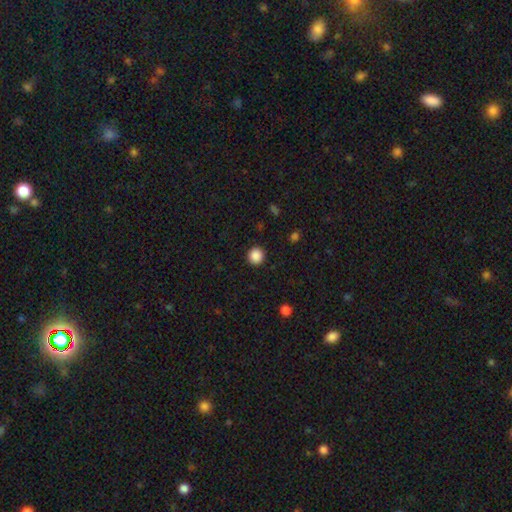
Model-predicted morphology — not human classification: A smooth galaxy with no disk features (87%) that is round (94%).

Vote fractions:
- Smooth or featured? smooth: 87% / star or artifact: 10% / featured or disk: 3%
- How rounded? round: 94% / in between: 6% / cigar-shaped: 1%
- Merging? none: 92% / minor disturbance: 5% / major disturbance: 2% / merger: 1%